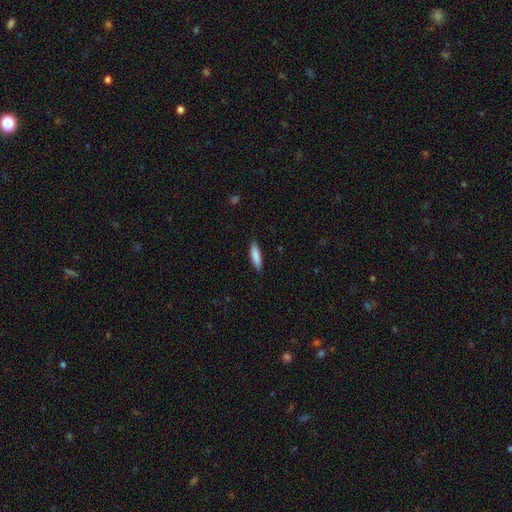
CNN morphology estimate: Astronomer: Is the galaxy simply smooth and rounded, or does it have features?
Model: smooth — 85%.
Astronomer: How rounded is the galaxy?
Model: cigar-shaped — 67%.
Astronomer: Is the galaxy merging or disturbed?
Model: none — 85%.